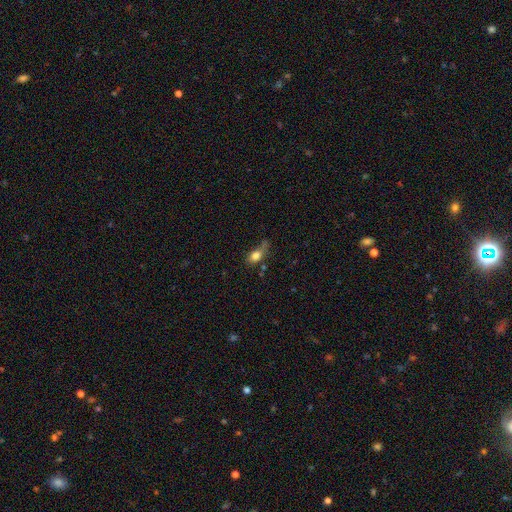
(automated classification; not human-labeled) A smooth galaxy with no disk features (78%) that is in between round and cigar-shaped (73%). Merging: none (37%).